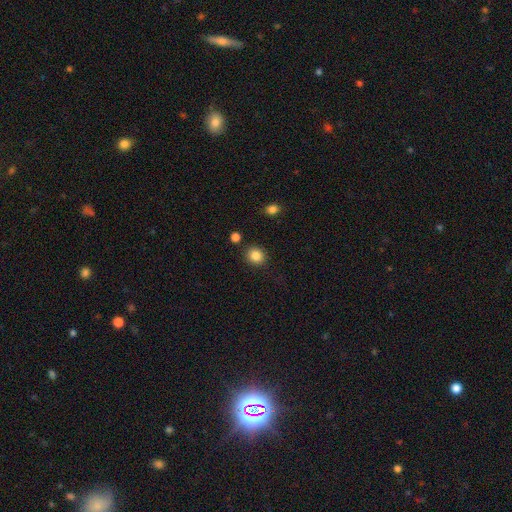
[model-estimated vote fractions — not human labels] This appears to be a smooth galaxy with no disk features (86%) that is round (83%). Merging: none (86%).